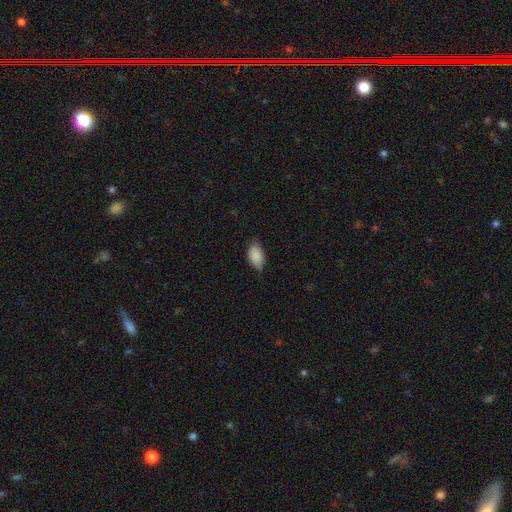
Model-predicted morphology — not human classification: smooth 87%, star or artifact 7%, featured or disk 6%. Down the decision tree: how rounded — in between (93%); merging — none (70%).